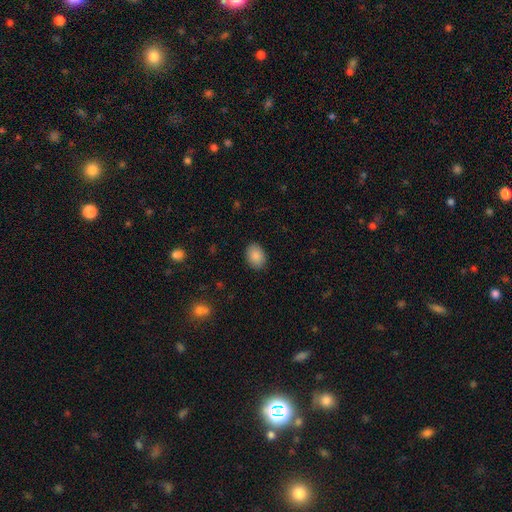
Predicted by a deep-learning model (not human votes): smooth_or_featured: smooth (p=0.88) [alt: star or artifact p=0.08]
how_rounded: in between (p=0.77) [alt: round p=0.22]
merging: none (p=0.89) [alt: minor disturbance p=0.08]